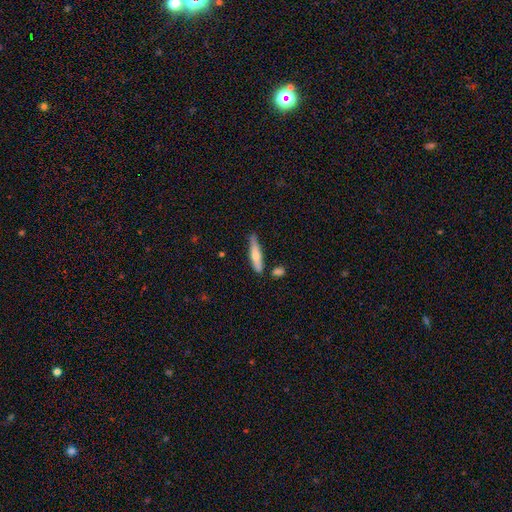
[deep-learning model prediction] smooth_or_featured: smooth (p=0.51) [alt: featured or disk p=0.43]
how_rounded: cigar-shaped (p=0.83) [alt: in between p=0.15]
merging: none (p=0.75) [alt: minor disturbance p=0.16]